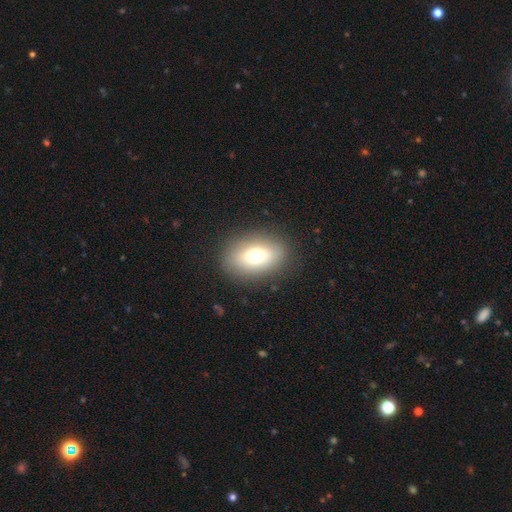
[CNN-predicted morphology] Smooth or featured? smooth (71%)
How rounded? in between (80%)
Merging? none (85%)